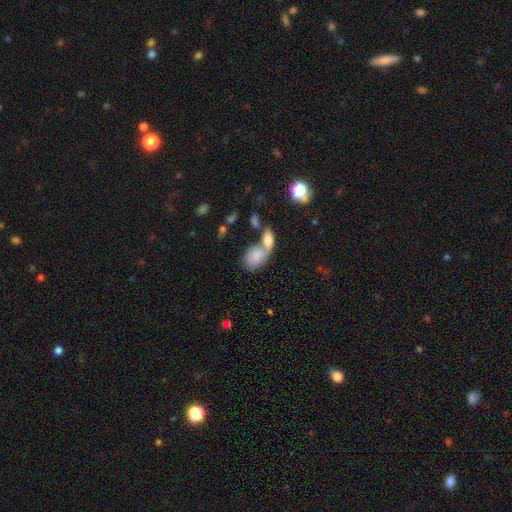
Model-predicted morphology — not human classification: A smooth galaxy with no disk features (80%) that is in between round and cigar-shaped (85%).

Vote fractions:
- Smooth or featured? smooth: 80% / featured or disk: 13% / star or artifact: 7%
- How rounded? in between: 85% / round: 12% / cigar-shaped: 2%
- Merging? merger: 56% / none: 28% / minor disturbance: 11% / major disturbance: 6%